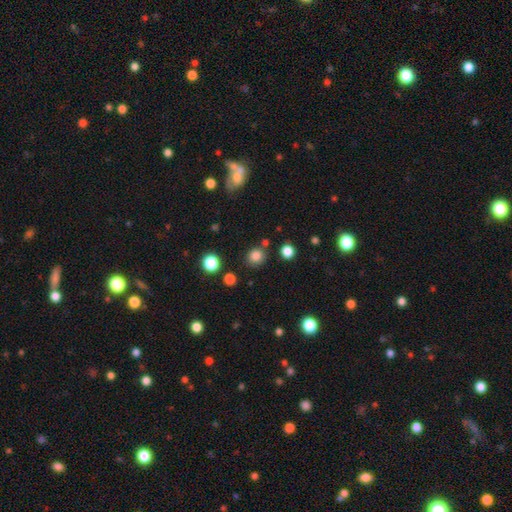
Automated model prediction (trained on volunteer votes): smooth_or_featured: smooth (p=0.82) [alt: star or artifact p=0.13]
how_rounded: round (p=0.84) [alt: in between p=0.15]
merging: none (p=0.81) [alt: minor disturbance p=0.10]